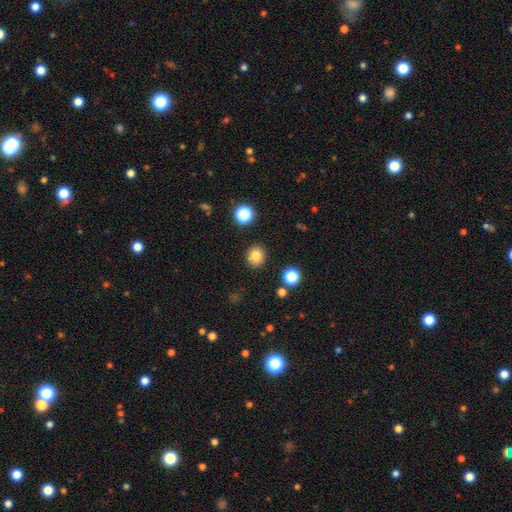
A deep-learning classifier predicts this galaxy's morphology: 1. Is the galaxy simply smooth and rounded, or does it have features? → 80% smooth, 13% star or artifact, 7% featured or disk.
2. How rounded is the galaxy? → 88% round, 11% in between, 1% cigar-shaped.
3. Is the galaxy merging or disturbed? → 90% none, 6% minor disturbance, 2% major disturbance, 2% merger.